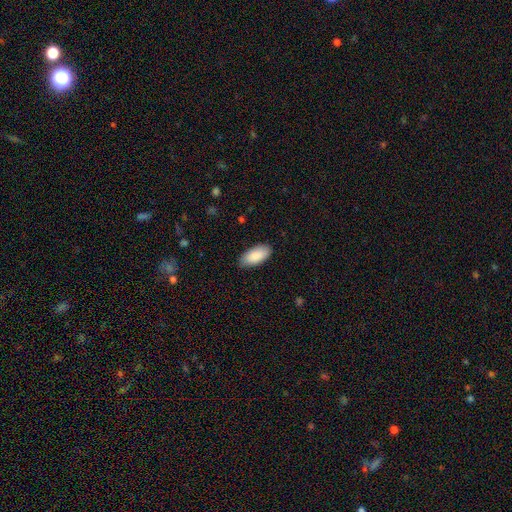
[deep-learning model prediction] This is clearly a smooth galaxy (89%). How rounded: clearly in between (93%). Merging: clearly none (85%).